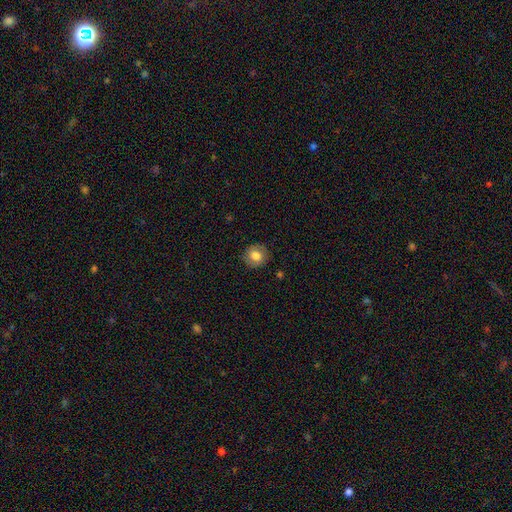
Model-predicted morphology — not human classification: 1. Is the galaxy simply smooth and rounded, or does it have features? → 79% smooth, 12% featured or disk, 9% star or artifact.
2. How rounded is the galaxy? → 88% round, 11% in between, 1% cigar-shaped.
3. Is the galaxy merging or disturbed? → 89% none, 8% minor disturbance, 2% major disturbance, 1% merger.